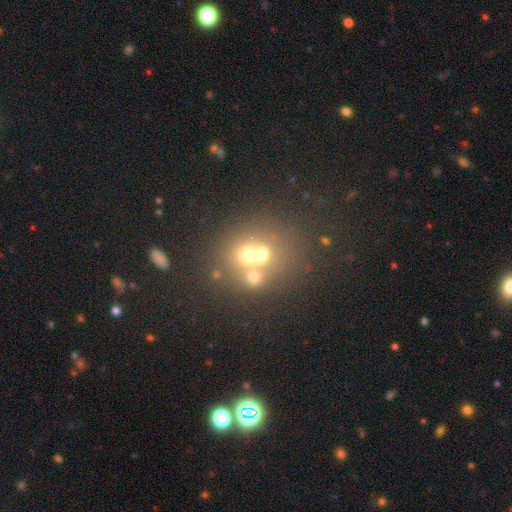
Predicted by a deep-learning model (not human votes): Overall: smooth (55%; featured or disk 27%). How rounded: round (73%). Merging: merger (53%; none 35%).